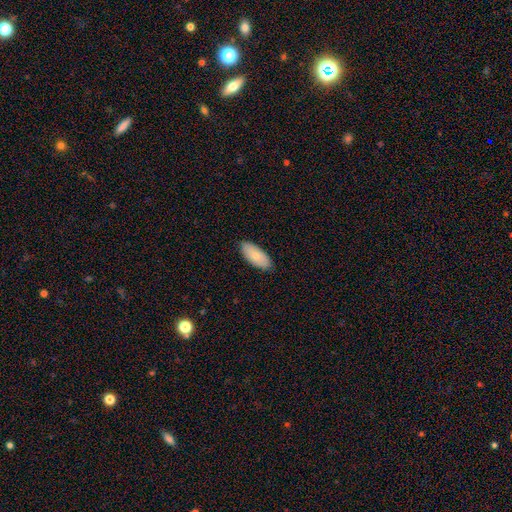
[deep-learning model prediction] Smooth or featured? Predicted: smooth (p=0.79). How rounded? Predicted: in between (p=0.91). Merging? Predicted: none (p=0.86).